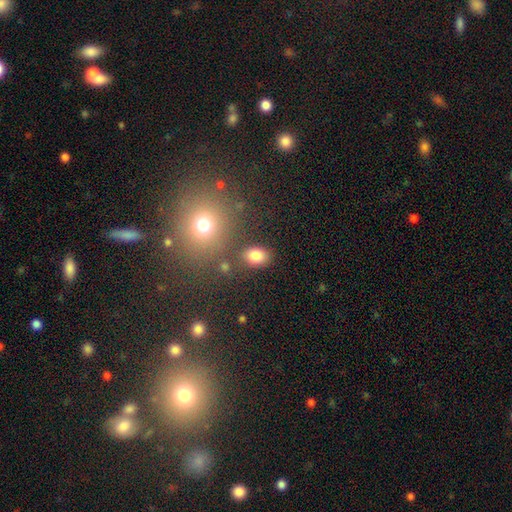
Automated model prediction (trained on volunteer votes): smooth-or-featured: smooth: 83% | star or artifact: 11% | featured or disk: 6%
  how-rounded: in between: 69% | round: 30% | cigar-shaped: 1%
  merging: none: 78% | minor disturbance: 11% | merger: 6% | major disturbance: 4%